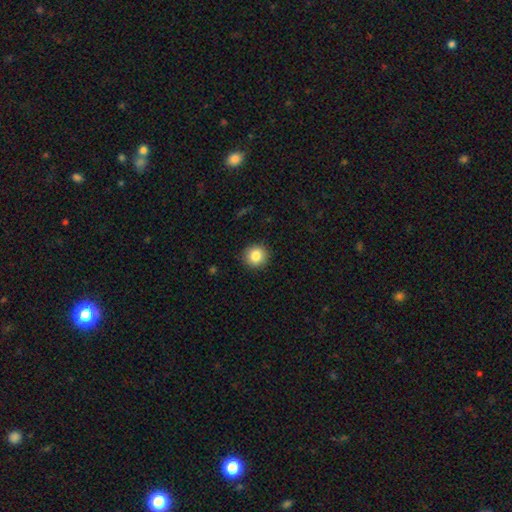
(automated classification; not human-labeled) Smooth or featured?
  - smooth: 85% *
  - star or artifact: 9%
  - featured or disk: 6%
How rounded?
  - round: 93% *
  - in between: 6%
  - cigar-shaped: 1%
Merging?
  - none: 91% *
  - minor disturbance: 6%
  - major disturbance: 2%
  - merger: 1%